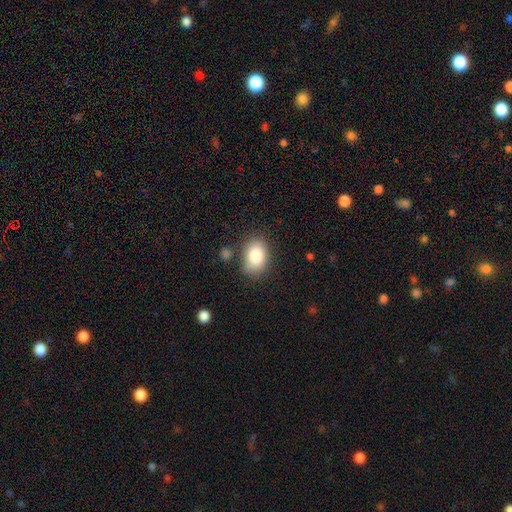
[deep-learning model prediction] The model was most divided on "merging": none: 74%, minor disturbance: 17%, merger: 5%, major disturbance: 5%. More confident: smooth or featured — smooth (82%); how rounded — in between (80%).